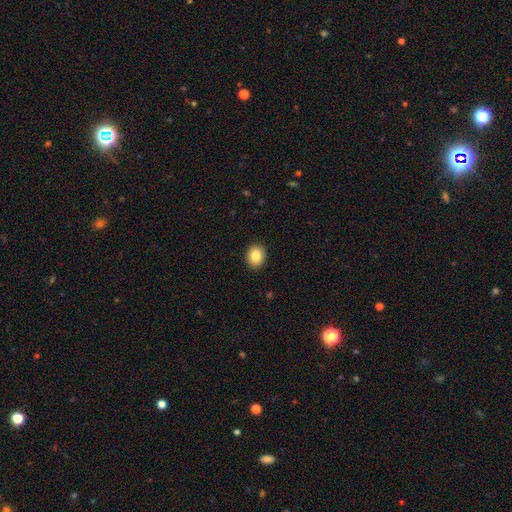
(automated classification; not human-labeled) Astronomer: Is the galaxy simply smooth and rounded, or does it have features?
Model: smooth — 86%.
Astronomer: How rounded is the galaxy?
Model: round — 54% (runner-up: in between, 45%).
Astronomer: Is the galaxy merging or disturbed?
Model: none — 91%.